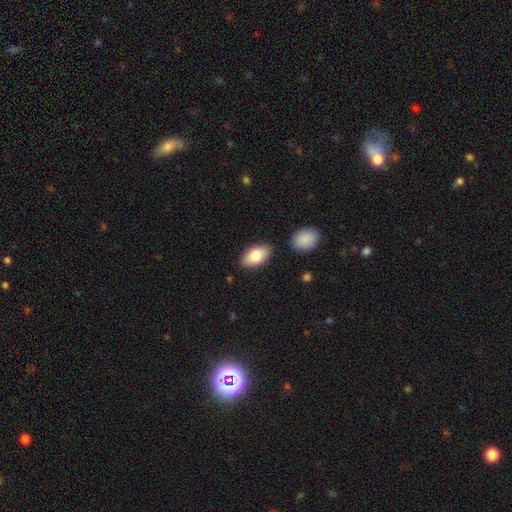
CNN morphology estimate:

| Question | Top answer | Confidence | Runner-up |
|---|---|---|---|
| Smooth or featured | smooth | 81% | featured or disk (12%) |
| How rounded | in between | 94% | round (4%) |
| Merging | none | 82% | minor disturbance (11%) |